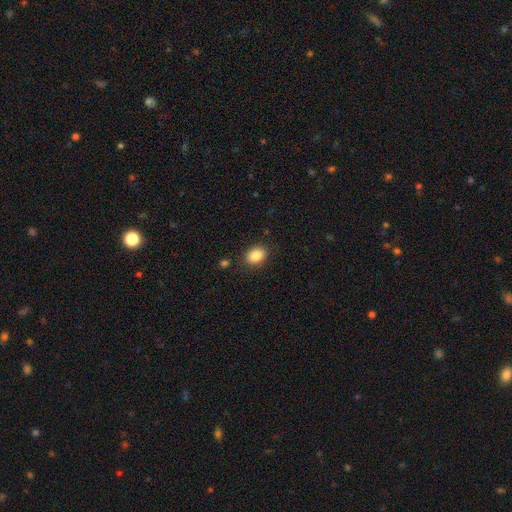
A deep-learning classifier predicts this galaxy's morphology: type=smooth (86%); roundness=in between (74%); merging=none (86%).